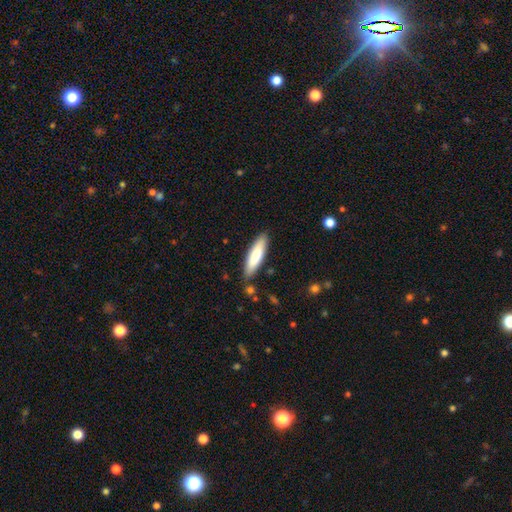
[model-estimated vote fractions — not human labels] Overall: smooth (78%). How rounded: cigar-shaped (65%; in between 33%). Merging: none (86%).